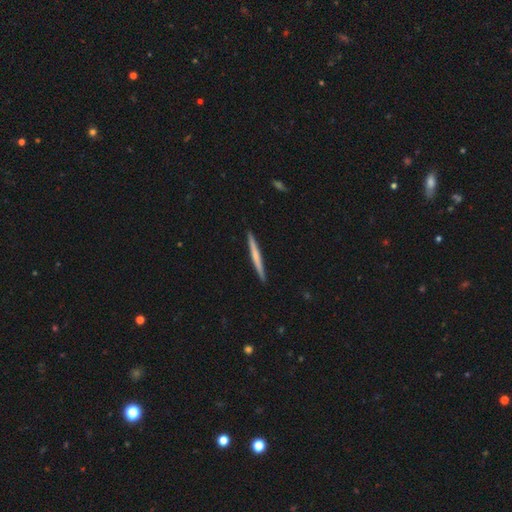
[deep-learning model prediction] smooth_or_featured: featured or disk (p=0.48) [alt: smooth p=0.47]
merging: none (p=0.93) [alt: minor disturbance p=0.05]